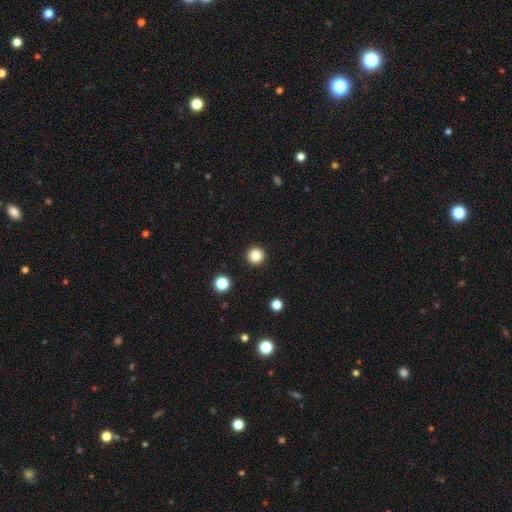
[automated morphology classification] Smooth or featured? Predicted: smooth (p=0.85). How rounded? Predicted: round (p=0.96). Merging? Predicted: none (p=0.93).